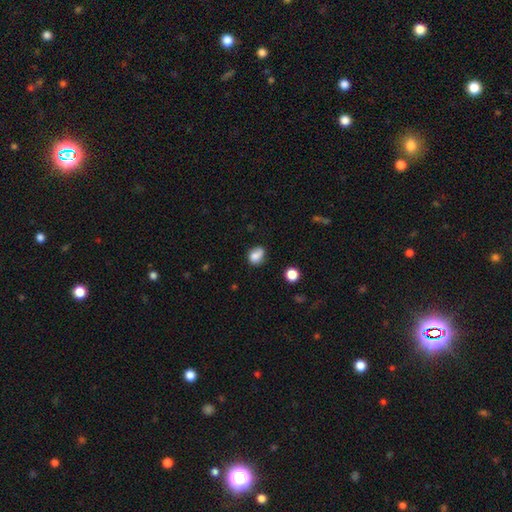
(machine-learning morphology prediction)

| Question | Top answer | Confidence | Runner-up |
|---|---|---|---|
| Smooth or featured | smooth | 77% | featured or disk (13%) |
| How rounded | round | 53% | in between (46%) |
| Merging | none | 50% | minor disturbance (27%) |